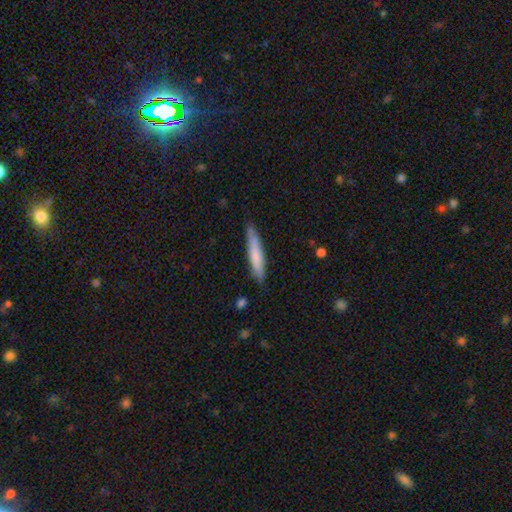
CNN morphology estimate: A smooth galaxy with no disk features (72%) that is cigar-shaped (91%). Merging: none (82%).